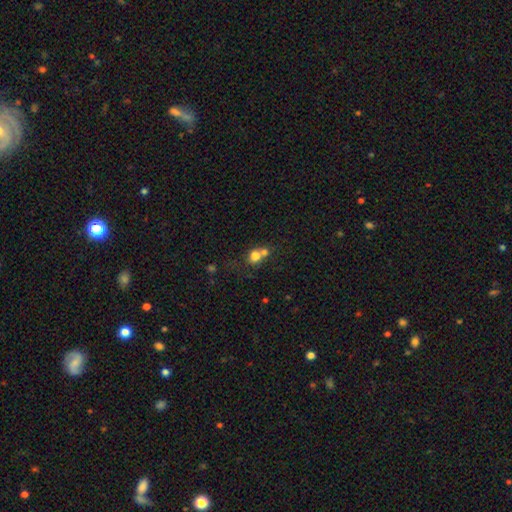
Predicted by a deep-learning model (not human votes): Morphology: type=smooth (76%); roundness=round (77%); merging=merger (54%).